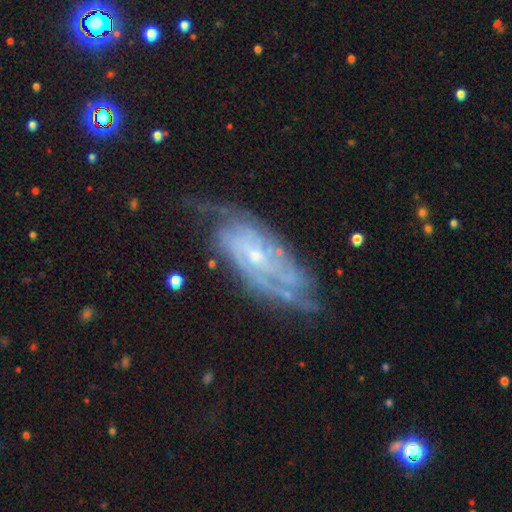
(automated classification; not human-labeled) smooth-or-featured: featured or disk: 85% | smooth: 8% | star or artifact: 7%
  disk-edge-on: no: 91% | yes: 9%
    bar: no: 61% | weak: 31% | strong: 8%
    has-spiral-arms: yes: 96% | no: 4%
      spiral-winding: tight: 65% | medium: 28% | loose: 7%
      spiral-arm-count: can't tell: 35% | 2: 21% | 3: 18% | 4: 14% | more than 4: 7% | 1: 6%
    bulge-size: small: 74% | moderate: 20% | none: 3% | large: 1% | dominant: 1%
  merging: none: 66% | minor disturbance: 22% | major disturbance: 10% | merger: 2%